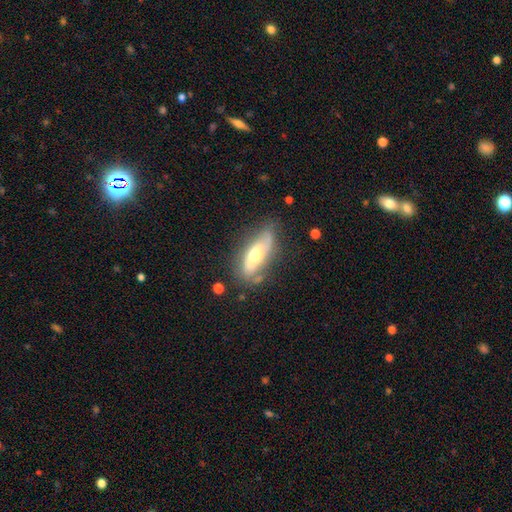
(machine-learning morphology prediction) smooth-or-featured: smooth: 47% | featured or disk: 46% | star or artifact: 7%
  merging: none: 62% | minor disturbance: 25% | major disturbance: 9% | merger: 4%